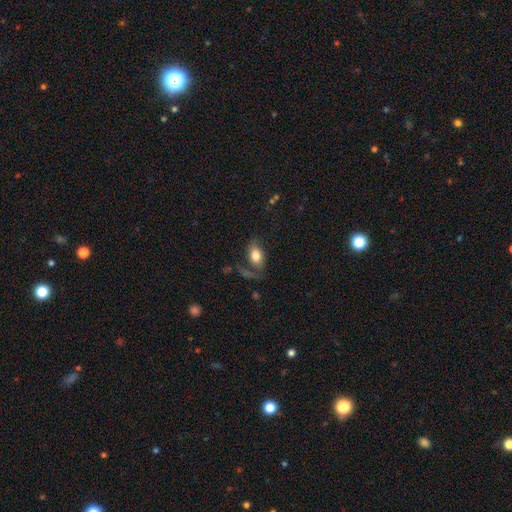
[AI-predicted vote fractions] Q: Smooth or featured?
A: smooth (75%); runner-up: featured or disk (17%)
Q: How rounded?
A: in between (88%); runner-up: round (10%)
Q: Merging?
A: none (59%); runner-up: minor disturbance (20%)